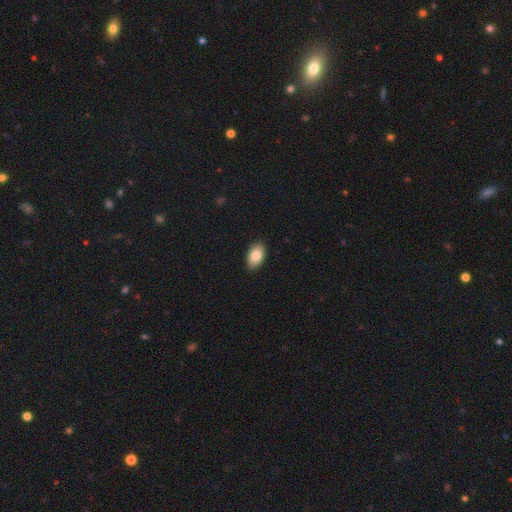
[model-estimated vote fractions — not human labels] smooth-or-featured: smooth: 84% | featured or disk: 9% | star or artifact: 7%
  how-rounded: in between: 94% | round: 5% | cigar-shaped: 2%
  merging: none: 89% | minor disturbance: 9% | major disturbance: 2% | merger: 1%